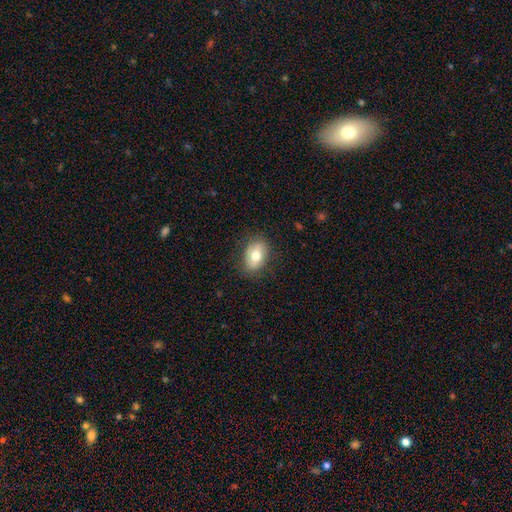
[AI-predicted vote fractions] This appears to be a smooth galaxy with no disk features (69%) that is in between round and cigar-shaped (84%). Merging: none (82%).